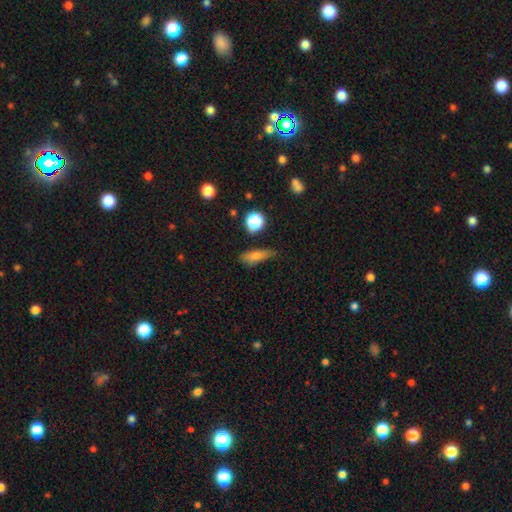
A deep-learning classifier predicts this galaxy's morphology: type=smooth (73%); roundness=in between (47%); merging=none (59%).